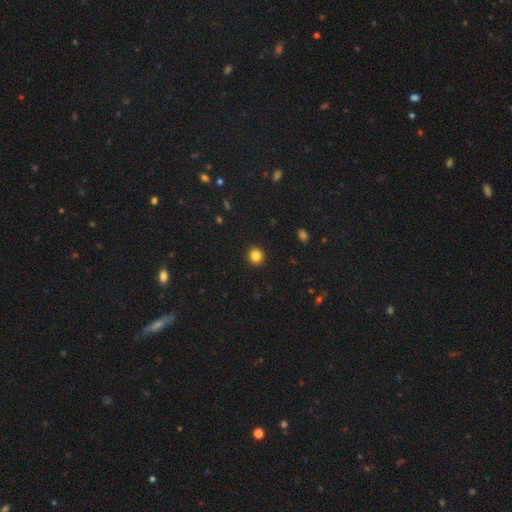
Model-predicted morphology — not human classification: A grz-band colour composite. It shows a smooth galaxy with no disk features (85%) that is round (93%). Merging: none (93%).